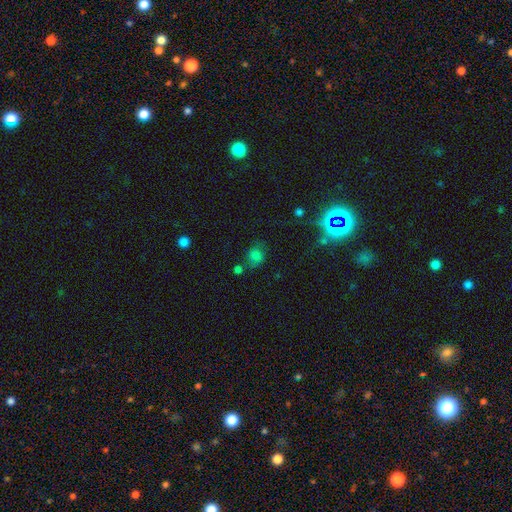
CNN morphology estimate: smooth-or-featured: smooth: 68% | star or artifact: 23% | featured or disk: 10%
  how-rounded: round: 60% | in between: 38% | cigar-shaped: 1%
  merging: none: 59% | minor disturbance: 20% | merger: 10% | major disturbance: 10%